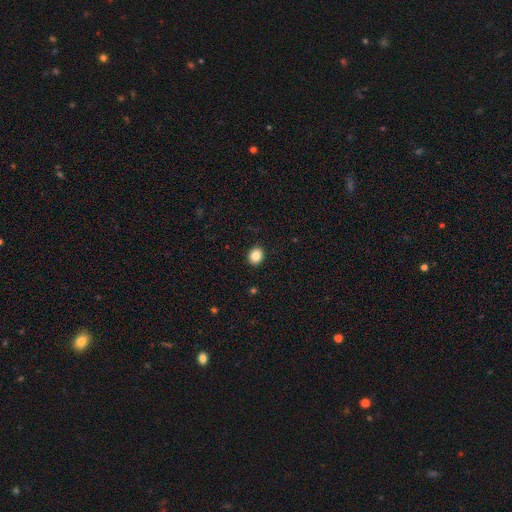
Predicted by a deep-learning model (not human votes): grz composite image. It shows a smooth galaxy with no disk features (85%) that is round (66%). Merging: none (91%).